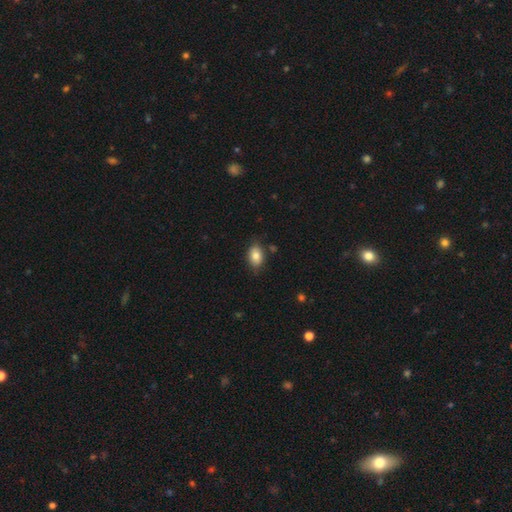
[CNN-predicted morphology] Smooth or featured? smooth (83%)
How rounded? in between (85%)
Merging? none (80%)